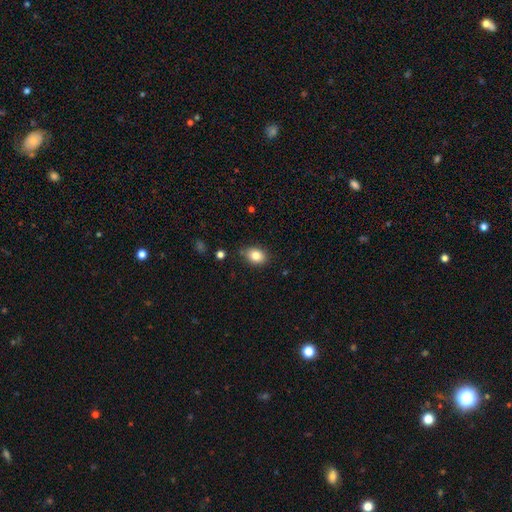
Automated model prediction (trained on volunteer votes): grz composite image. It shows a smooth galaxy with no disk features (83%) that is in between round and cigar-shaped (62%). Merging: none (78%).